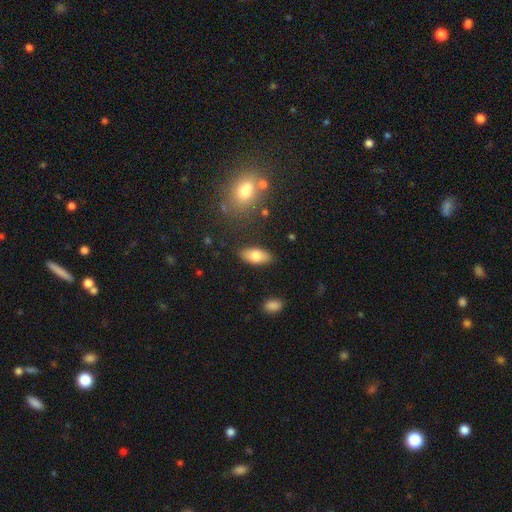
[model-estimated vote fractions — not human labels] A smooth galaxy with no disk features (76%) that is in between round and cigar-shaped (89%). Merging: none (85%).